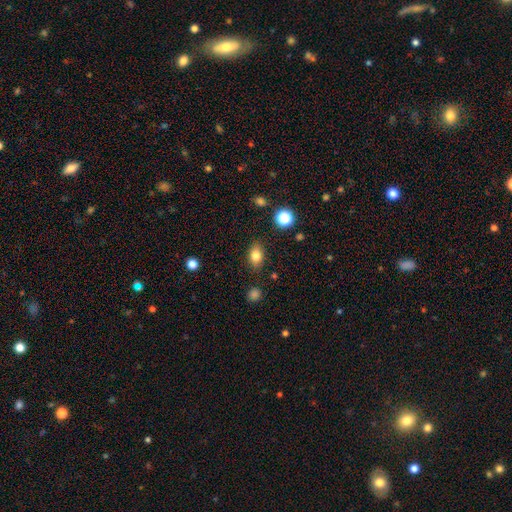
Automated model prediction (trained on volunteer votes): A smooth galaxy with no disk features (80%) that is in between round and cigar-shaped (79%).

Vote fractions:
- Smooth or featured? smooth: 80% / star or artifact: 10% / featured or disk: 9%
- How rounded? in between: 79% / round: 19% / cigar-shaped: 3%
- Merging? none: 84% / minor disturbance: 11% / major disturbance: 3% / merger: 2%